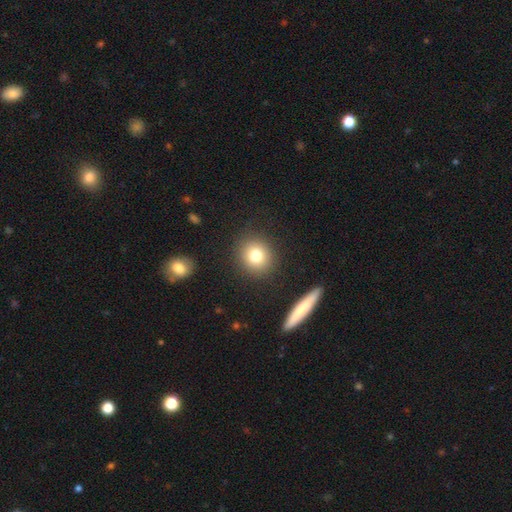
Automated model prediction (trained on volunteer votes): This appears to be a smooth galaxy with no disk features (78%) that is round (87%). Merging: none (89%).